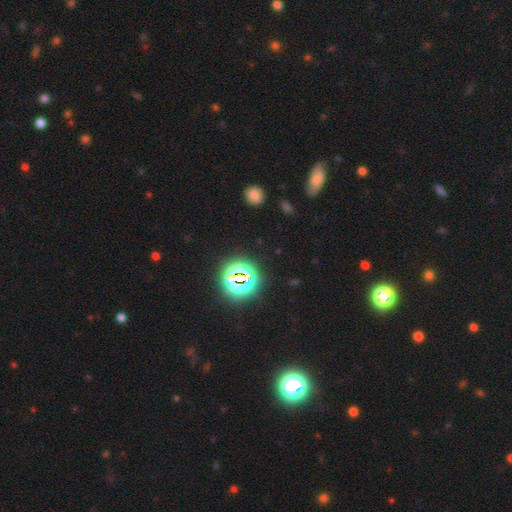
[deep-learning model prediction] Overall: star or artifact (72%).